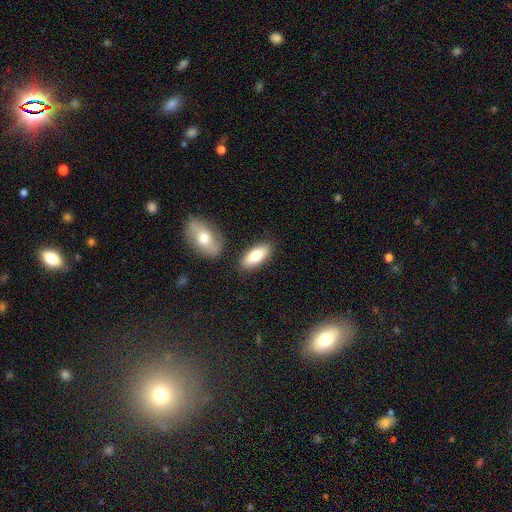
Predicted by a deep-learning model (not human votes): A smooth galaxy with no disk features (77%) that is in between round and cigar-shaped (83%).

Vote fractions:
- Smooth or featured? smooth: 77% / featured or disk: 17% / star or artifact: 6%
- How rounded? in between: 83% / cigar-shaped: 15% / round: 3%
- Merging? none: 81% / minor disturbance: 10% / merger: 7% / major disturbance: 3%